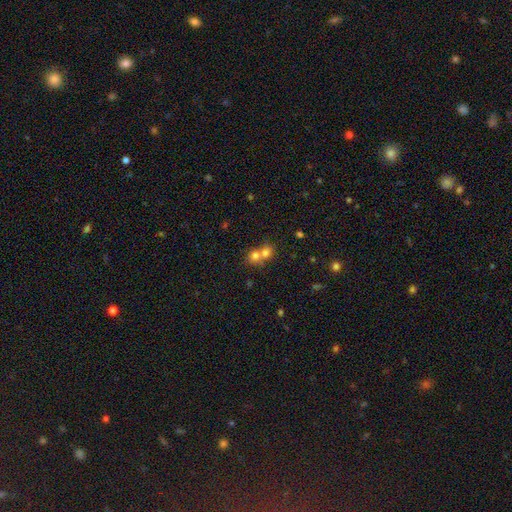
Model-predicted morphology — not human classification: A smooth galaxy with no disk features (73%) that is round (77%). Merging: merger (63%).